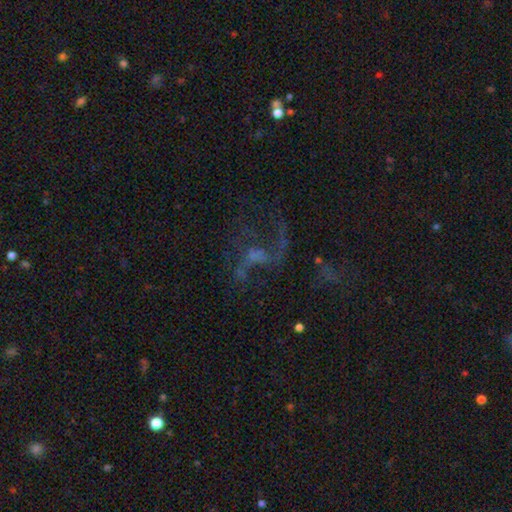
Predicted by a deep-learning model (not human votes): Overall: featured or disk (59%; star or artifact 24%). Edge-on disk: no (97%). Bar: no (66%; weak 26%). Spiral arms: yes (53%; no 47%). Bulge size: none (51%; small 29%). Merging: major disturbance (40%, tied with none).